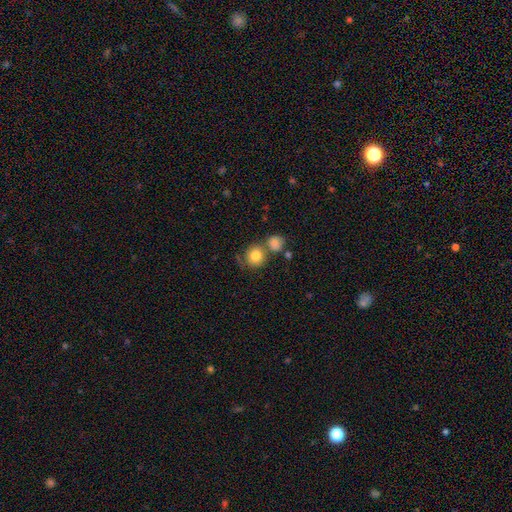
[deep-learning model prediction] Overall: smooth (81%). How rounded: round (87%). Merging: none (56%; merger 27%).